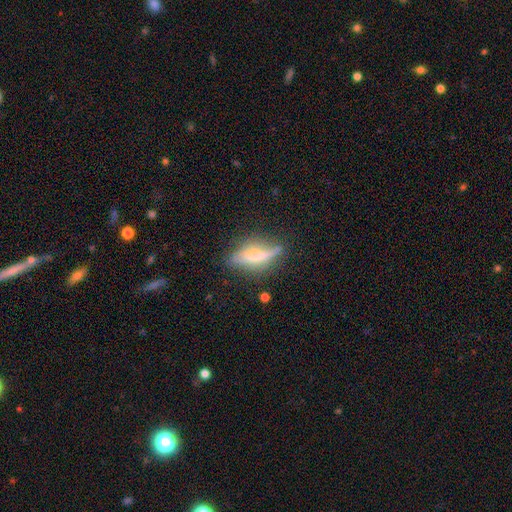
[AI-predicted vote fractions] Smooth or featured? featured or disk (54%)
Edge-on disk? yes (77%)
Merging? none (63%)